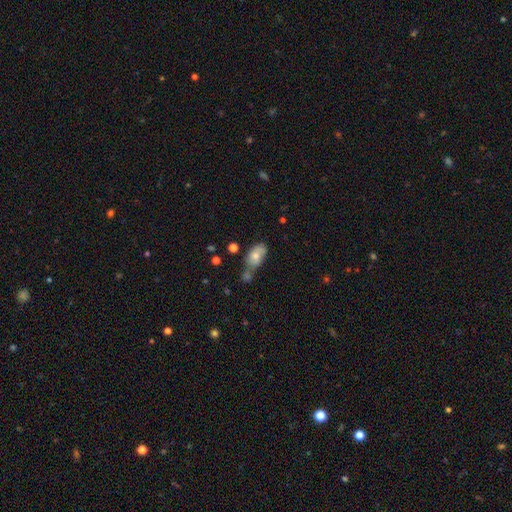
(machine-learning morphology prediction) The model was most divided on "merging": none: 35%, merger: 33%, minor disturbance: 23%, major disturbance: 10%. More confident: how rounded — in between (88%); smooth or featured — smooth (71%).